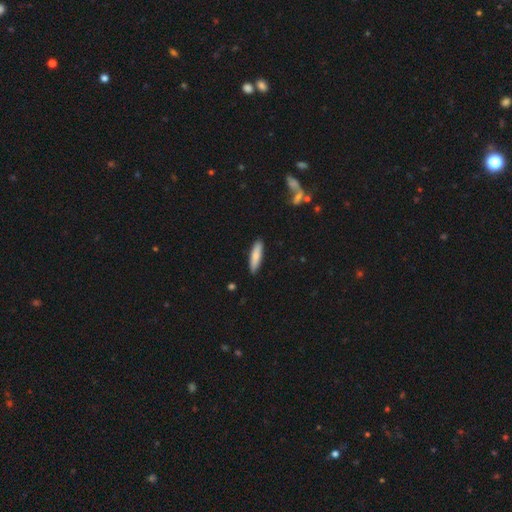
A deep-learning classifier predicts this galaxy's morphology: The model was most divided on "how rounded": cigar-shaped: 76%, in between: 23%, round: 1%. More confident: merging — none (90%); smooth or featured — smooth (81%).